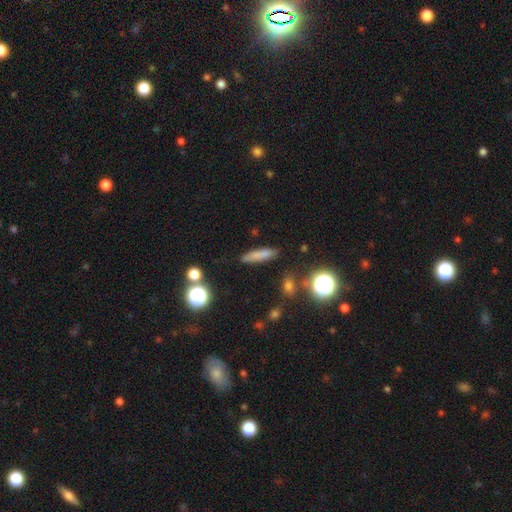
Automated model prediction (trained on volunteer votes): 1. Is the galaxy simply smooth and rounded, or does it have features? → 70% smooth, 16% featured or disk, 14% star or artifact.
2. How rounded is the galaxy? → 78% cigar-shaped, 16% in between, 6% round.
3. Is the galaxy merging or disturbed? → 83% none, 11% minor disturbance, 3% major disturbance, 3% merger.